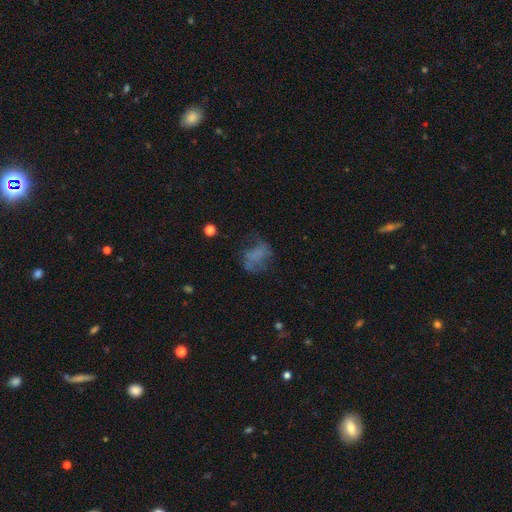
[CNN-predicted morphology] A smooth galaxy with no disk features (45%). Merging: none (42%).